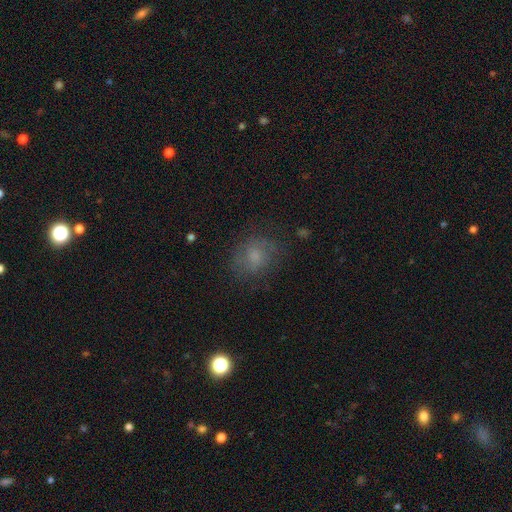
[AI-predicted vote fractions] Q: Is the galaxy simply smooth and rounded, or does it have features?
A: smooth — 61%.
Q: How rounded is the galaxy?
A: round — 61%.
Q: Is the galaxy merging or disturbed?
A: none — 69%.